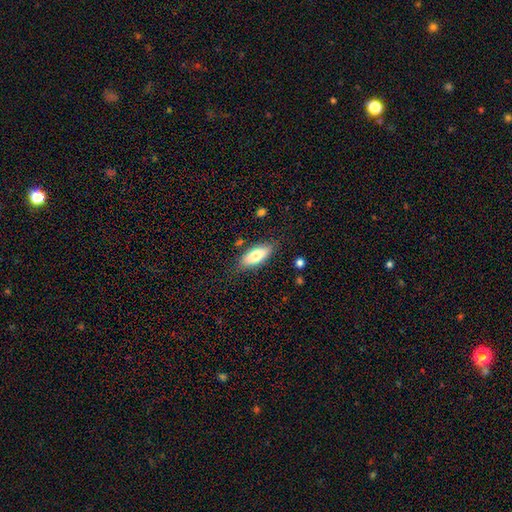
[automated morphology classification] smooth_or_featured: smooth (p=0.78) [alt: featured or disk p=0.16]
how_rounded: in between (p=0.77) [alt: cigar-shaped p=0.21]
merging: none (p=0.81) [alt: minor disturbance p=0.14]